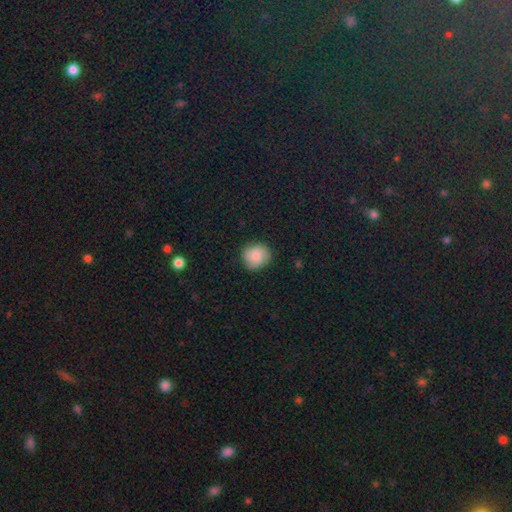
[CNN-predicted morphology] A smooth galaxy with no disk features (80%) that is round (83%).

Vote fractions:
- Smooth or featured? smooth: 80% / featured or disk: 12% / star or artifact: 8%
- How rounded? round: 83% / in between: 16% / cigar-shaped: 1%
- Merging? none: 82% / minor disturbance: 14% / major disturbance: 3% / merger: 1%